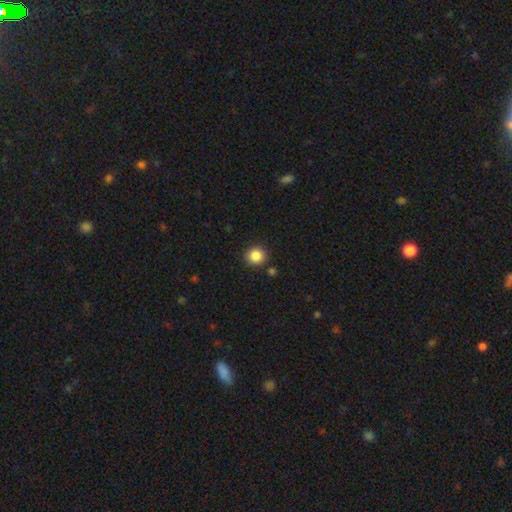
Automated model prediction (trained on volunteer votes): This is clearly a smooth galaxy (86%). How rounded: clearly round (91%). Merging: clearly none (88%).